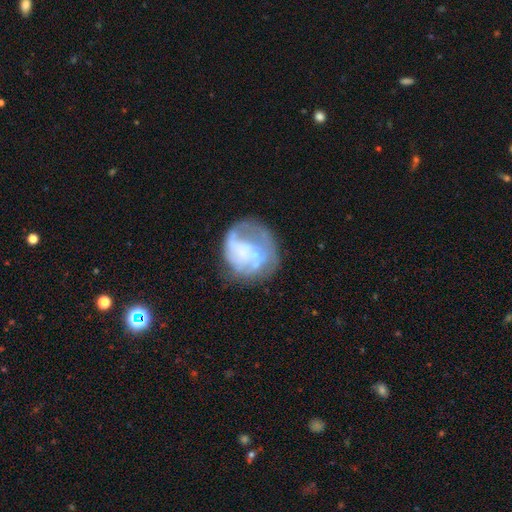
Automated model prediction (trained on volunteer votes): Morphology: type=featured or disk (57%); edge-on=no (98%); bar=no (82%); spiral arms=no (66%); bulge=none (49%); merging=none (42%).